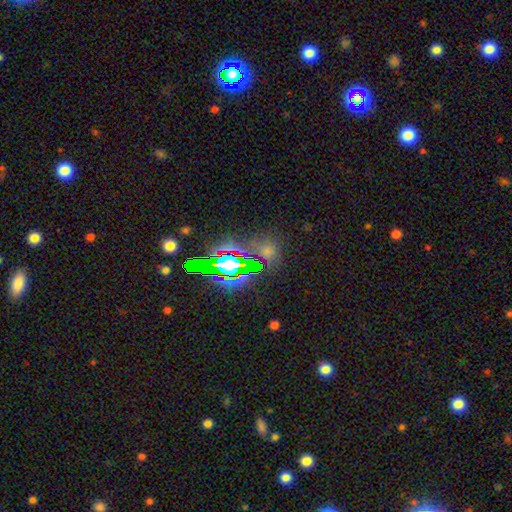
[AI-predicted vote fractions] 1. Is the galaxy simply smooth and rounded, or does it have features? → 67% star or artifact, 19% smooth, 14% featured or disk.